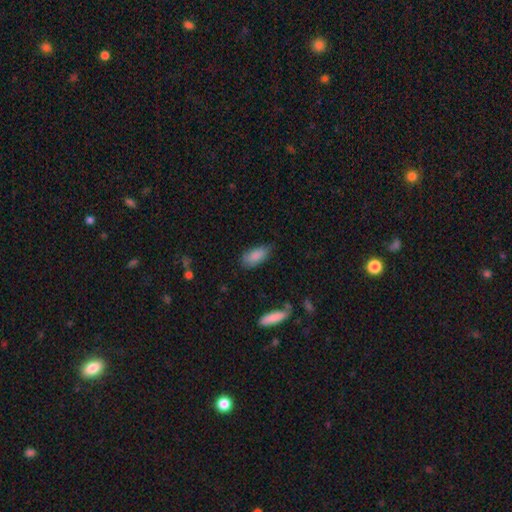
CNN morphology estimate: Smooth or featured?
  - smooth: 85% *
  - featured or disk: 8%
  - star or artifact: 7%
How rounded?
  - in between: 85% *
  - cigar-shaped: 12%
  - round: 2%
Merging?
  - none: 63% *
  - minor disturbance: 28%
  - major disturbance: 6%
  - merger: 2%